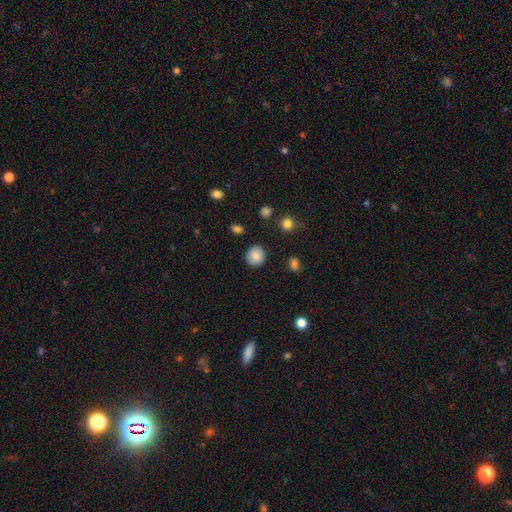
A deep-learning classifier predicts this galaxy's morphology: A smooth galaxy with no disk features (86%) that is round (86%).

Vote fractions:
- Smooth or featured? smooth: 86% / star or artifact: 9% / featured or disk: 5%
- How rounded? round: 86% / in between: 13% / cigar-shaped: 1%
- Merging? none: 88% / minor disturbance: 8% / major disturbance: 2% / merger: 1%